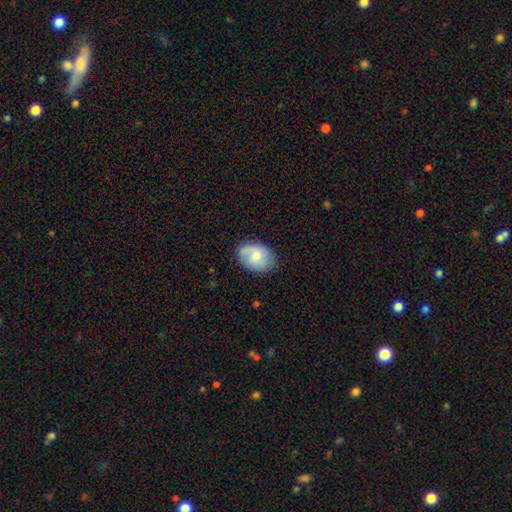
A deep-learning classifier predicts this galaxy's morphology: Smooth or featured? smooth (62%)
How rounded? in between (74%)
Merging? none (78%)